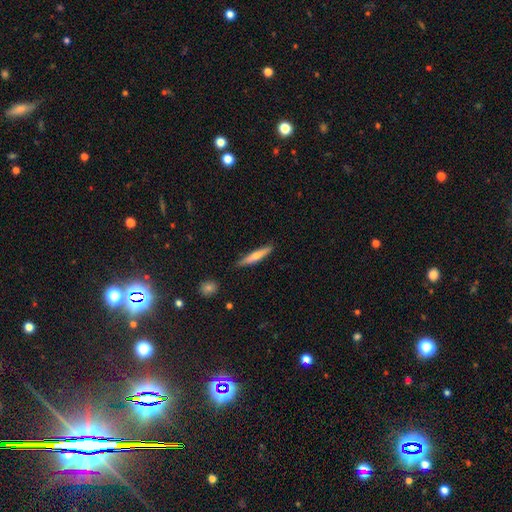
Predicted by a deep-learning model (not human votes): This is possibly a smooth galaxy (55%). How rounded: clearly cigar-shaped (91%). Merging: clearly none (88%).